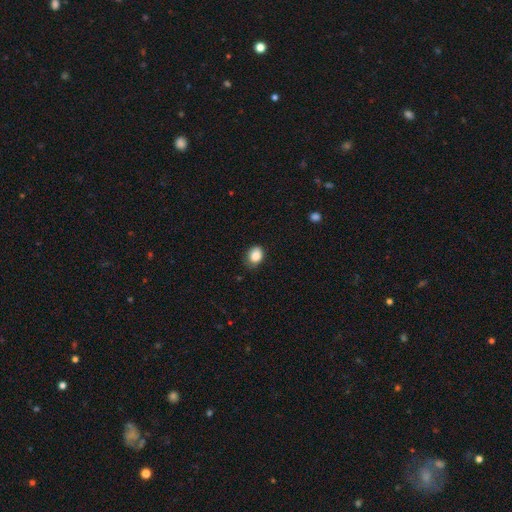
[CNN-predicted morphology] Smooth or featured? smooth (86%)
How rounded? round (50%)
Merging? none (74%)